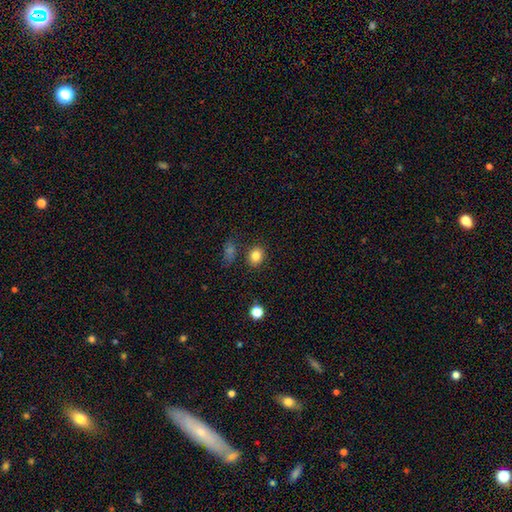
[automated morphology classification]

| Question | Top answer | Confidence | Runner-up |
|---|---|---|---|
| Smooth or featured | smooth | 83% | star or artifact (11%) |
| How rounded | round | 67% | in between (32%) |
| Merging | none | 83% | minor disturbance (10%) |